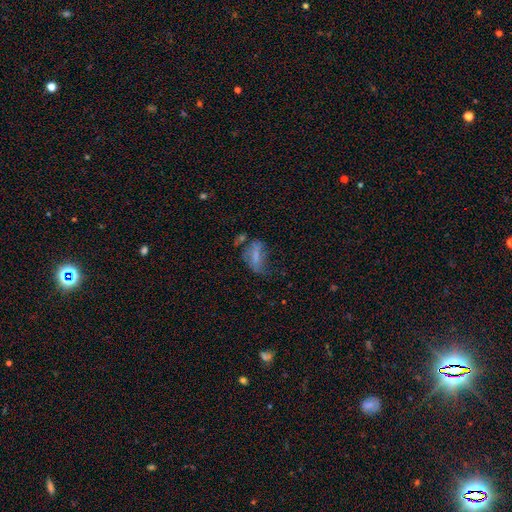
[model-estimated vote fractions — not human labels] Overall: smooth (50%; featured or disk 37%). How rounded: in between (81%). Merging: major disturbance (36%; none 30%).